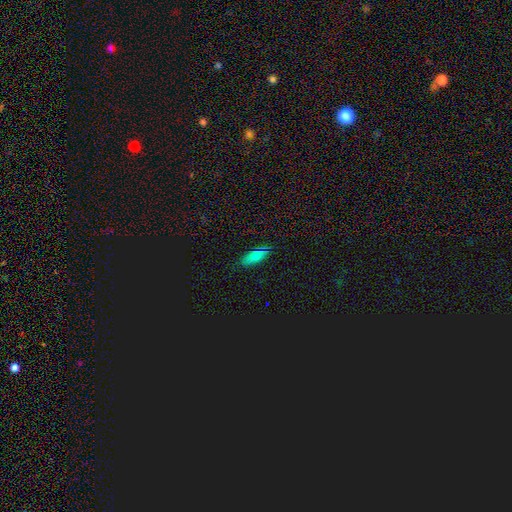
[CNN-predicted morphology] smooth 78%, star or artifact 13%, featured or disk 9%. Down the decision tree: how rounded — in between (77%); merging — none (81%).